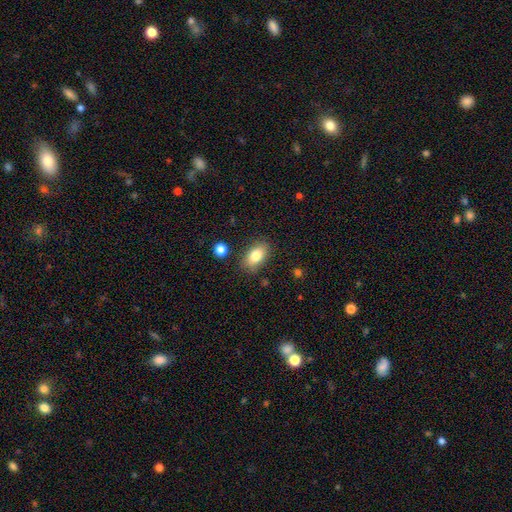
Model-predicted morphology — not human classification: A smooth galaxy with no disk features (81%) that is in between round and cigar-shaped (90%). Merging: none (83%).